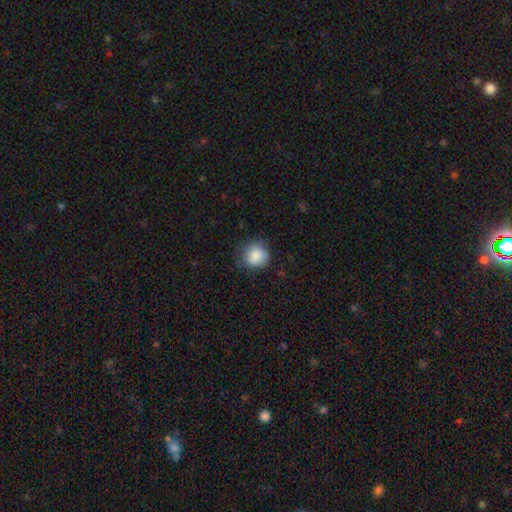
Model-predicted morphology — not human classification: smooth_or_featured: smooth (p=0.87) [alt: star or artifact p=0.08]
how_rounded: round (p=0.88) [alt: in between p=0.11]
merging: none (p=0.75) [alt: minor disturbance p=0.20]